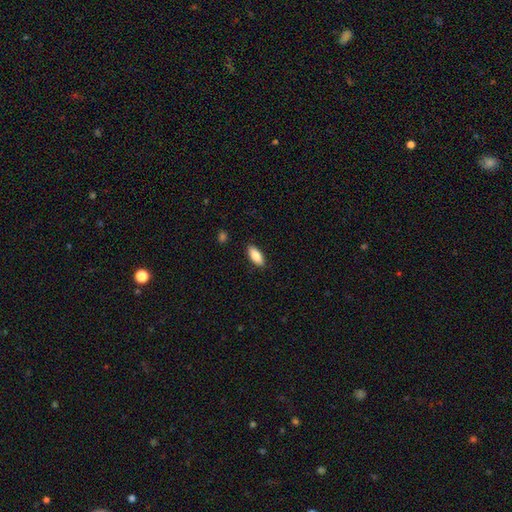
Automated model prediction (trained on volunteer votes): Overall: smooth (87%). How rounded: in between (84%). Merging: none (87%).